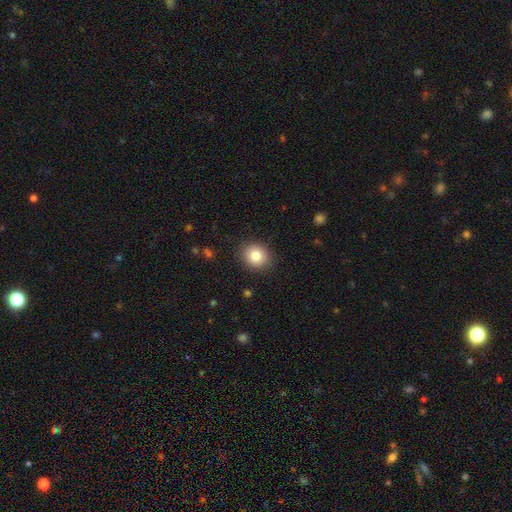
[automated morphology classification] Smooth or featured: smooth — 82% (star or artifact — 10%)
How rounded: round — 77% (in between — 22%)
Merging: none — 89% (minor disturbance — 8%)